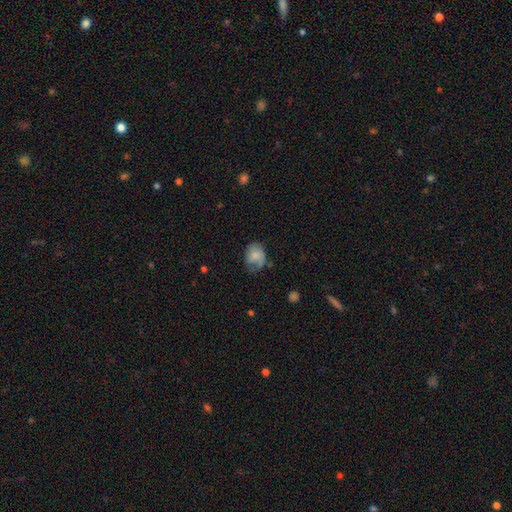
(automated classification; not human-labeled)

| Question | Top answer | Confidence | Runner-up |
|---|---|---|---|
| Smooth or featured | smooth | 69% | featured or disk (23%) |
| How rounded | in between | 62% | round (37%) |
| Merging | none | 41% | minor disturbance (35%) |